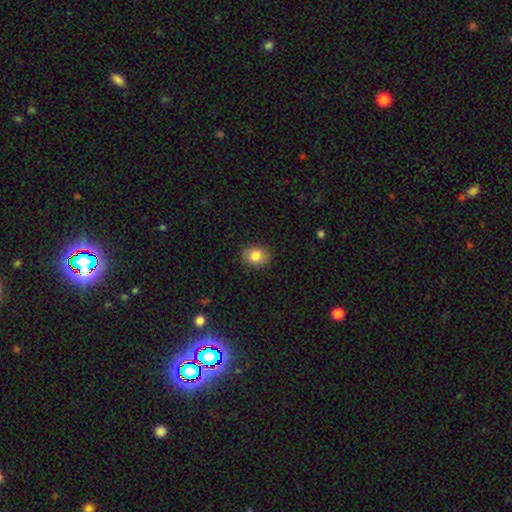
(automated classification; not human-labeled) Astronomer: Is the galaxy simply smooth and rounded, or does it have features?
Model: smooth — 84%.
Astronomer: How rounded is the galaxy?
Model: in between — 51% (runner-up: round, 48%).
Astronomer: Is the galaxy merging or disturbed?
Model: none — 89%.